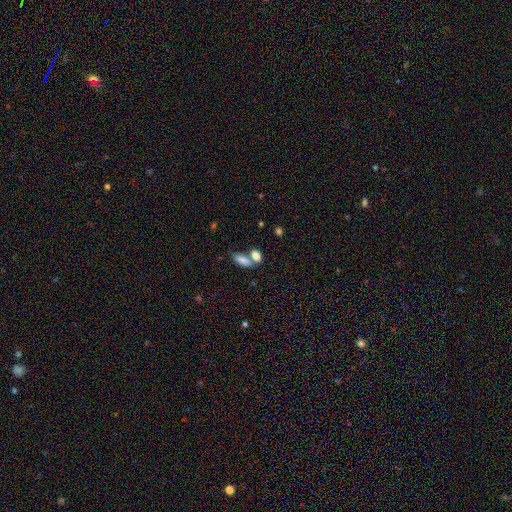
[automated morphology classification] This is clearly a smooth galaxy (84%). How rounded: clearly in between (85%). Merging: possibly merger (46%).